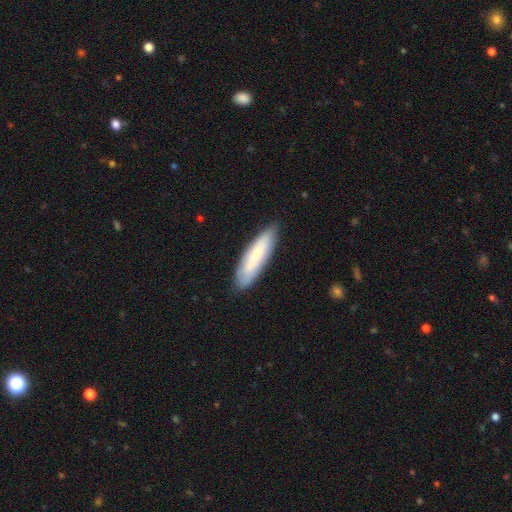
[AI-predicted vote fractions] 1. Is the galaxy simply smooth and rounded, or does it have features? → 66% smooth, 27% featured or disk, 6% star or artifact.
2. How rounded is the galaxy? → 63% cigar-shaped, 35% in between, 1% round.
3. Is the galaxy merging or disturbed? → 82% none, 14% minor disturbance, 3% major disturbance, 1% merger.